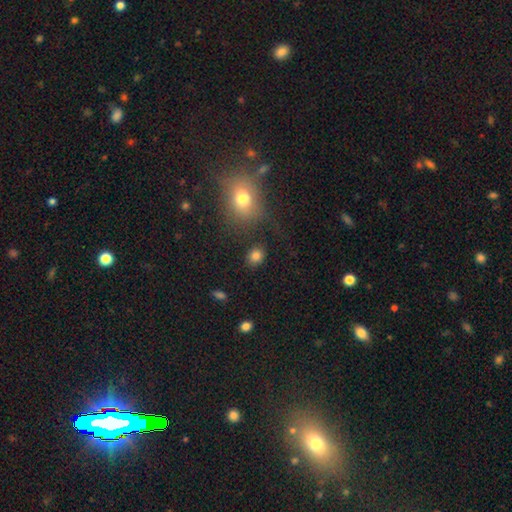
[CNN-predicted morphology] Overall: smooth (82%). How rounded: round (64%; in between 34%). Merging: none (82%).